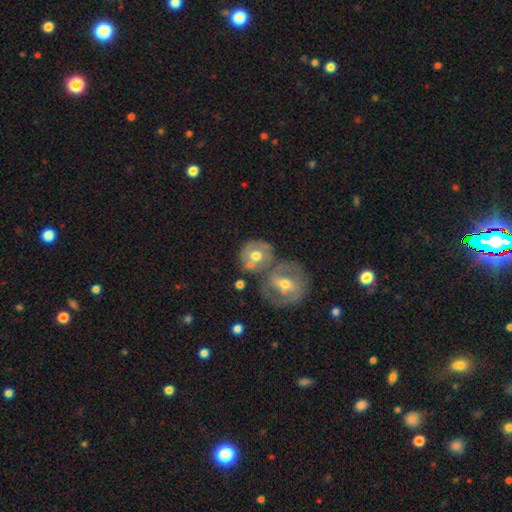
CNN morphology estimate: This appears to be a featured or disk galaxy (50%). Merging: merger (44%).